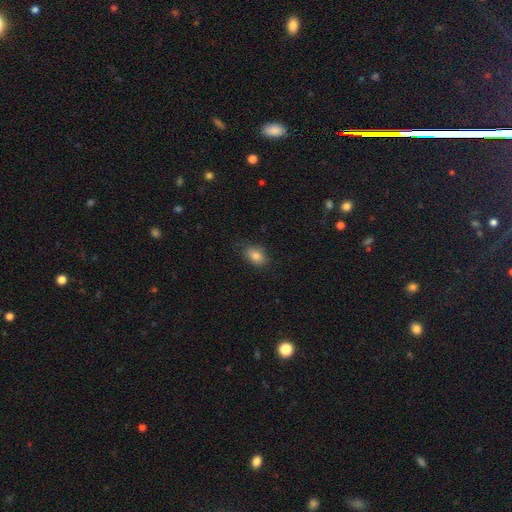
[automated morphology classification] Smooth or featured? Predicted: smooth (p=0.84). How rounded? Predicted: in between (p=0.82). Merging? Predicted: none (p=0.77).